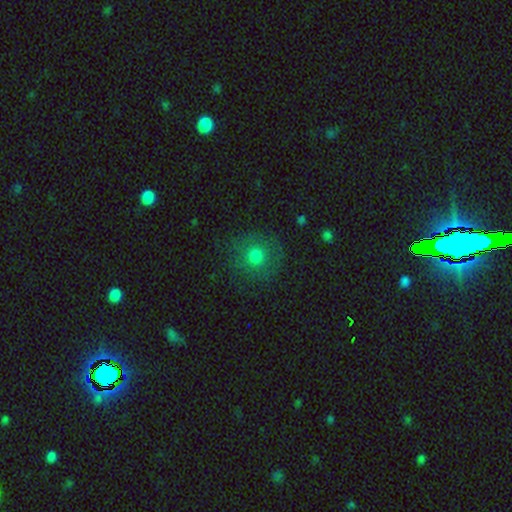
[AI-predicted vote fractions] Smooth or featured?
  - smooth: 71% *
  - featured or disk: 14%
  - star or artifact: 14%
How rounded?
  - round: 91% *
  - in between: 8%
  - cigar-shaped: 1%
Merging?
  - none: 82% *
  - minor disturbance: 11%
  - major disturbance: 6%
  - merger: 1%